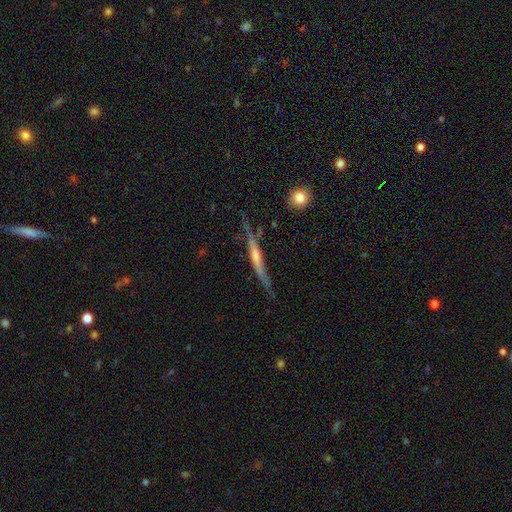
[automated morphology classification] Q: Smooth or featured?
A: featured or disk (71%); runner-up: smooth (22%)
Q: Edge-on disk?
A: yes (95%); runner-up: no (5%)
Q: Edge-on bulge?
A: rounded (50%); runner-up: none (36%)
Q: Merging?
A: none (71%); runner-up: minor disturbance (20%)